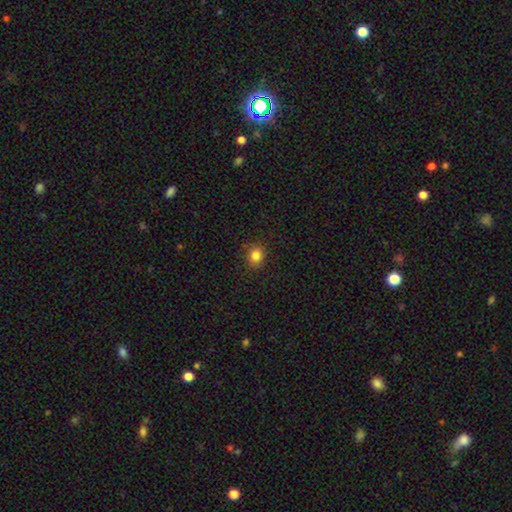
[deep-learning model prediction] The model was most divided on "how rounded": round: 77%, in between: 22%, cigar-shaped: 1%. More confident: merging — none (88%); smooth or featured — smooth (83%).